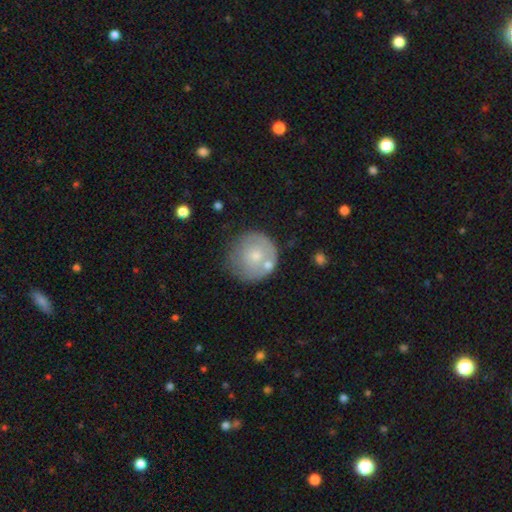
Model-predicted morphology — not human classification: Smooth or featured?
  - smooth: 59% *
  - featured or disk: 34%
  - star or artifact: 7%
How rounded?
  - round: 92% *
  - in between: 7%
  - cigar-shaped: 1%
Merging?
  - none: 60% *
  - minor disturbance: 20%
  - merger: 12%
  - major disturbance: 8%